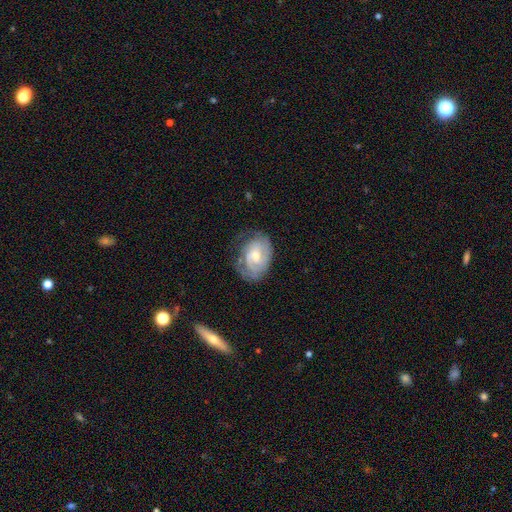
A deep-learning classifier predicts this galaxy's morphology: This appears to be a featured or disk galaxy (72%) with no bar (48%), 2 (42%) tight (61%) spiral arms (87%) and a moderate central bulge (58%). Merging: none (64%).